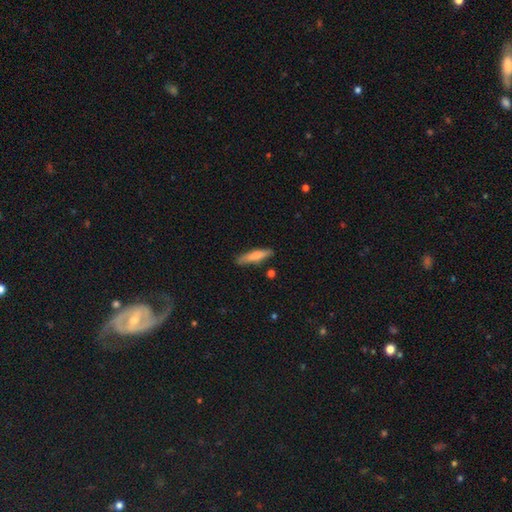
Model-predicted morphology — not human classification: Smooth or featured: smooth — 76% (featured or disk — 18%)
How rounded: cigar-shaped — 82% (in between — 16%)
Merging: none — 81% (minor disturbance — 14%)